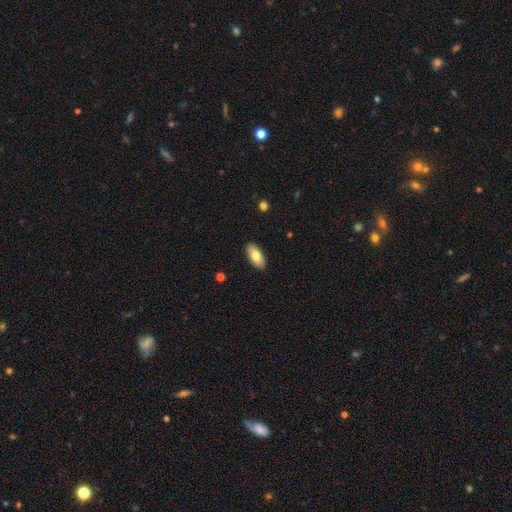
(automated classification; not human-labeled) Morphology: type=smooth (78%); roundness=in between (88%); merging=none (90%).